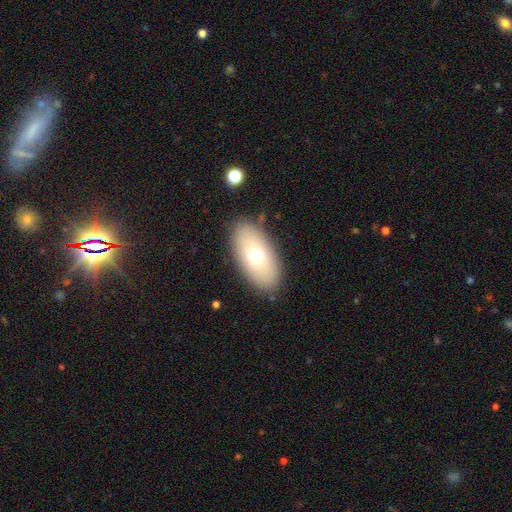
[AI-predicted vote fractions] This is likely a smooth galaxy (67%). How rounded: clearly in between (89%). Merging: clearly none (85%).